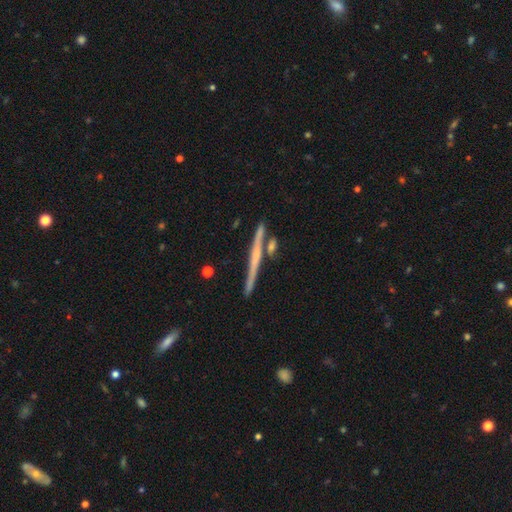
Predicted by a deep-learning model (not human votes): Smooth or featured: featured or disk — 67% (smooth — 26%)
Edge-on disk: yes — 98% (no — 2%)
Edge-on bulge: none — 58% (rounded — 33%)
Merging: none — 81% (minor disturbance — 9%)